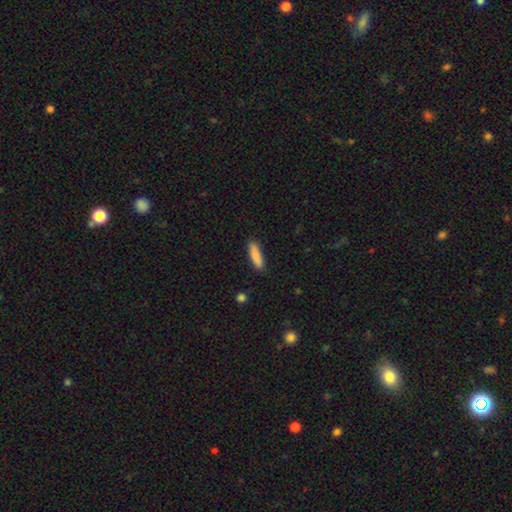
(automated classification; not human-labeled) This is clearly a smooth galaxy (86%). How rounded: likely cigar-shaped (71%). Merging: clearly none (87%).